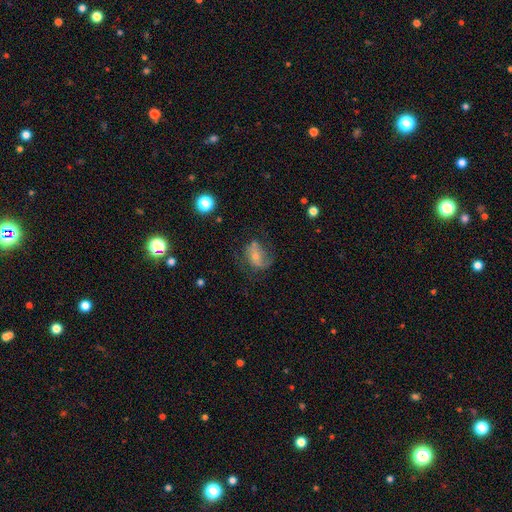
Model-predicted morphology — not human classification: The model was most divided on "bulge size": small: 54%, moderate: 37%, none: 5%, large: 3%, dominant: 1%. Remaining: edge-on disk — no (96%); spiral arms — yes (74%); smooth or featured — featured or disk (53%); bar — no (52%); merging — none (47%).